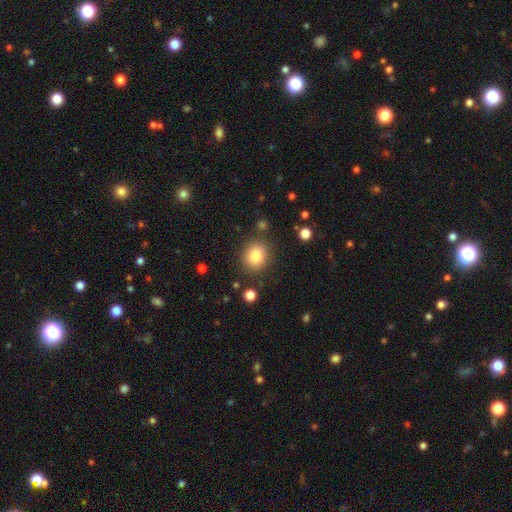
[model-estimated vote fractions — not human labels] Smooth or featured? Predicted: smooth (p=0.84). How rounded? Predicted: round (p=0.75). Merging? Predicted: none (p=0.84).